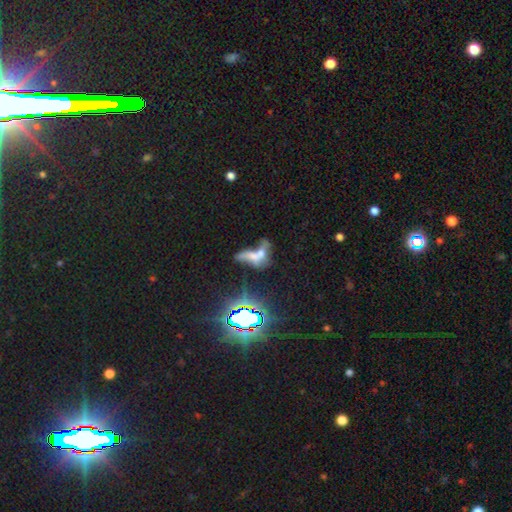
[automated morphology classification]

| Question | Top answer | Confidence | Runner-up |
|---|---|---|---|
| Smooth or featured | featured or disk | 40% | smooth (35%) |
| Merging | merger | 62% | major disturbance (16%) |